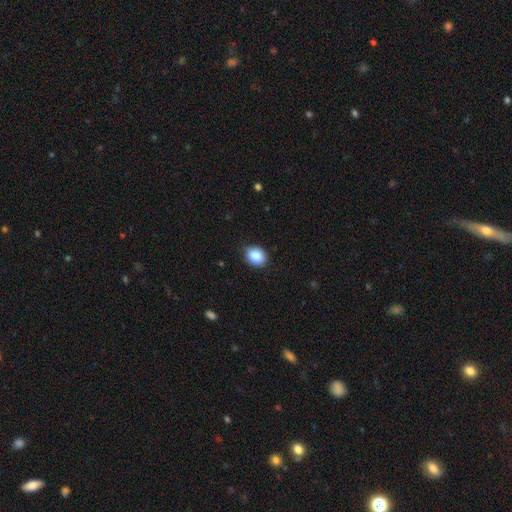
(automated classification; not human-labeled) Smooth or featured: smooth — 87% (star or artifact — 9%)
How rounded: round — 50% (in between — 49%)
Merging: none — 82% (minor disturbance — 15%)